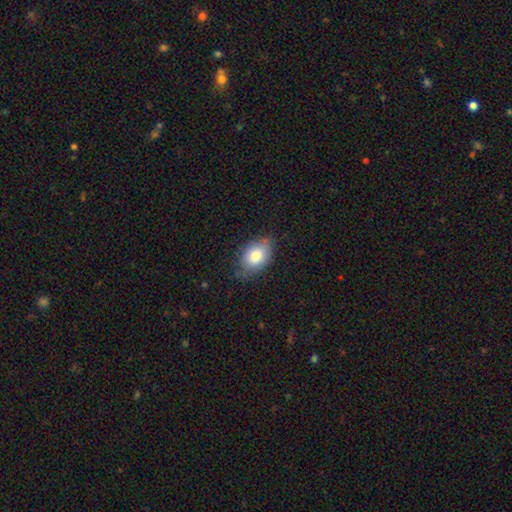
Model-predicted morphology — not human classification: This appears to be a smooth galaxy with no disk features (81%) that is in between round and cigar-shaped (87%). Merging: none (69%).